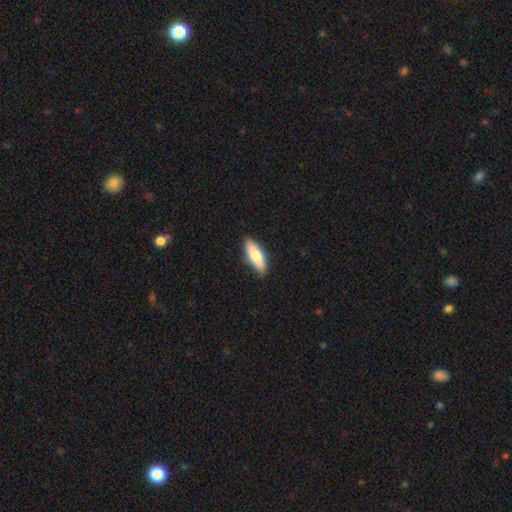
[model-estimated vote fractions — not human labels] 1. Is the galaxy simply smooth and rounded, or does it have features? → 79% smooth, 15% featured or disk, 5% star or artifact.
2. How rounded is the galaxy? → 60% in between, 38% cigar-shaped, 2% round.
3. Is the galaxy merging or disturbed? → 86% none, 11% minor disturbance, 2% major disturbance, 1% merger.